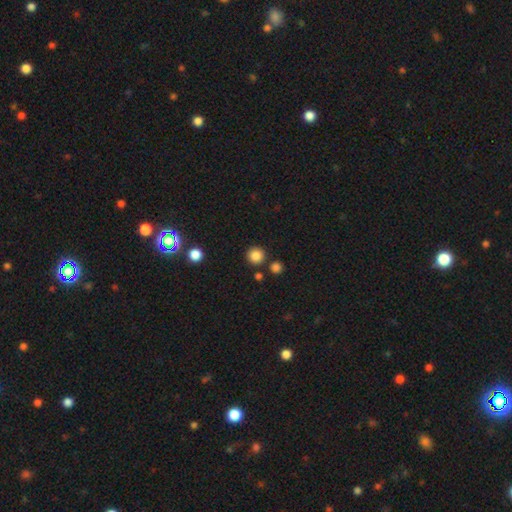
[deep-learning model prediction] A smooth galaxy with no disk features (84%) that is round (94%).

Vote fractions:
- Smooth or featured? smooth: 84% / star or artifact: 12% / featured or disk: 4%
- How rounded? round: 94% / in between: 5% / cigar-shaped: 1%
- Merging? none: 86% / minor disturbance: 6% / merger: 6% / major disturbance: 2%